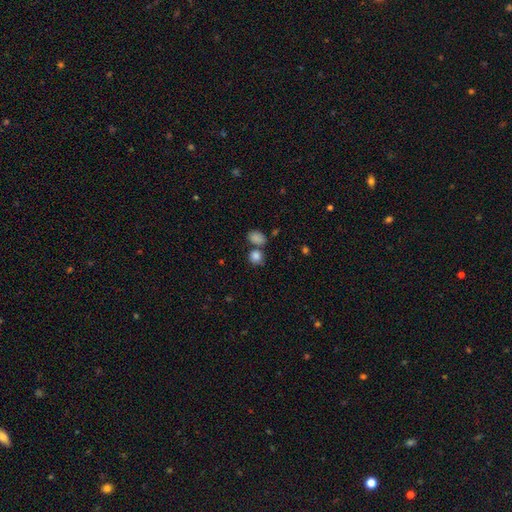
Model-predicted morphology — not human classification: Smooth or featured?
  - smooth: 85% *
  - star or artifact: 10%
  - featured or disk: 5%
How rounded?
  - round: 69% *
  - in between: 30%
  - cigar-shaped: 1%
Merging?
  - none: 57% *
  - merger: 27%
  - minor disturbance: 11%
  - major disturbance: 4%